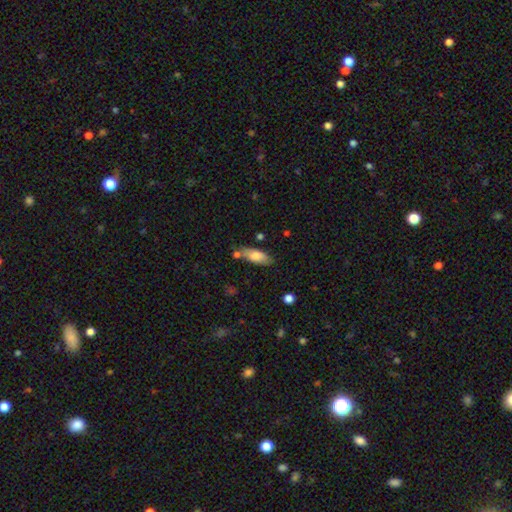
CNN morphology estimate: type=smooth (74%); roundness=in between (72%); merging=none (69%).